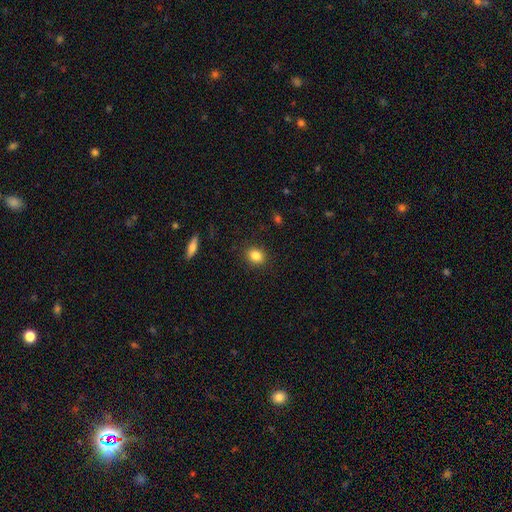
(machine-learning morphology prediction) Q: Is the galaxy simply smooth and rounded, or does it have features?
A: smooth — 85%.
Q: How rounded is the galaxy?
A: round — 59%.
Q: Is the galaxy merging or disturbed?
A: none — 89%.